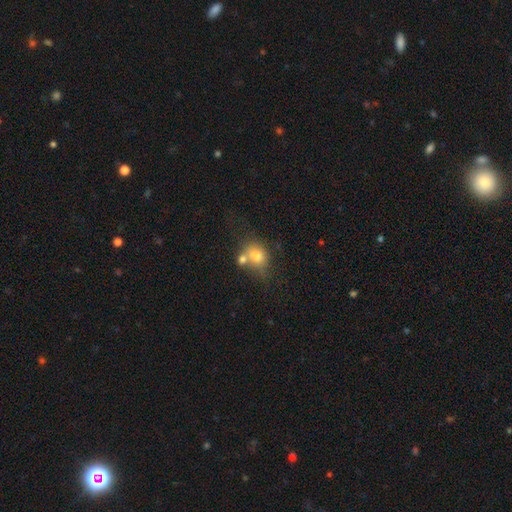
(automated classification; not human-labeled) A smooth galaxy with no disk features (76%) that is in between round and cigar-shaped (52%).

Vote fractions:
- Smooth or featured? smooth: 76% / featured or disk: 14% / star or artifact: 10%
- How rounded? in between: 52% / round: 47% / cigar-shaped: 1%
- Merging? merger: 39% / none: 37% / minor disturbance: 16% / major disturbance: 8%